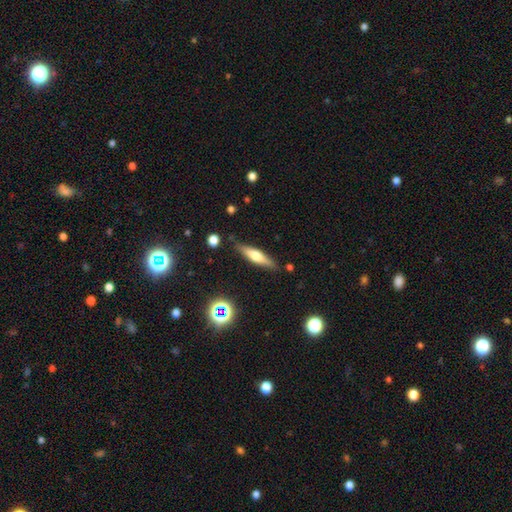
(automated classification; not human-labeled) smooth-or-featured: featured or disk: 49% | smooth: 44% | star or artifact: 7%
  merging: none: 85% | minor disturbance: 11% | merger: 2% | major disturbance: 2%